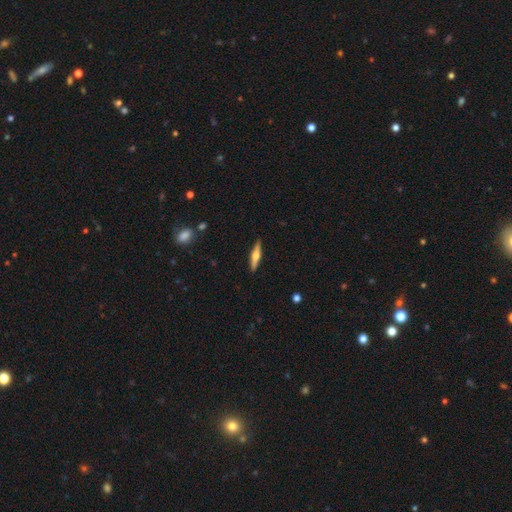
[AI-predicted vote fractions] Smooth or featured?
  - featured or disk: 67% *
  - smooth: 28%
  - star or artifact: 5%
Edge-on disk?
  - yes: 97% *
  - no: 3%
Edge-on bulge?
  - rounded: 92% *
  - boxy: 5%
  - none: 3%
Merging?
  - none: 91% *
  - minor disturbance: 7%
  - major disturbance: 1%
  - merger: 1%